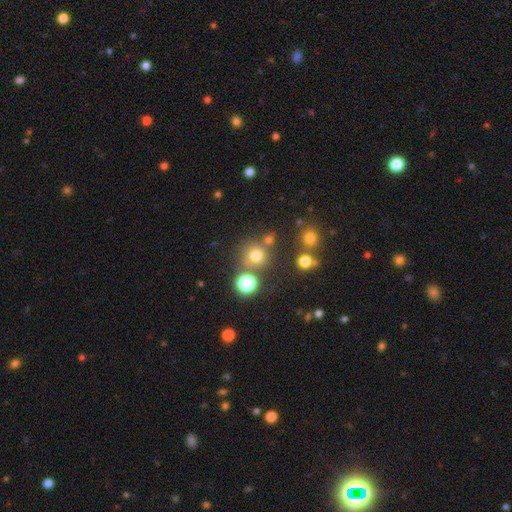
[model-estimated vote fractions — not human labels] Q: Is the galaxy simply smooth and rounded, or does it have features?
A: smooth — 70%.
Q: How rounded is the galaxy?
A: round — 92%.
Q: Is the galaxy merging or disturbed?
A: none — 74%.